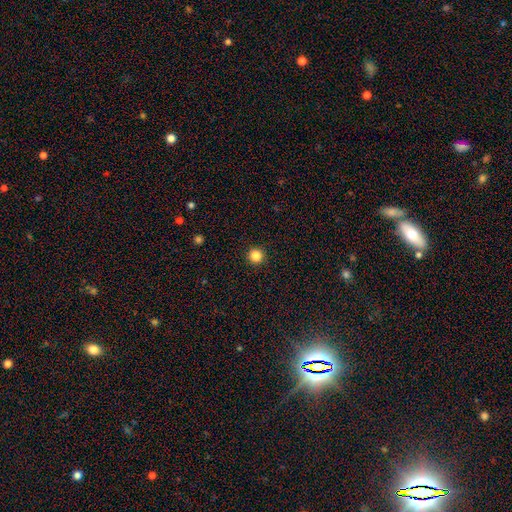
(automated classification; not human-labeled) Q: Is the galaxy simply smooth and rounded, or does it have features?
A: smooth — 85%.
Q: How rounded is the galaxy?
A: round — 96%.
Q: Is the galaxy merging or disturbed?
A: none — 93%.